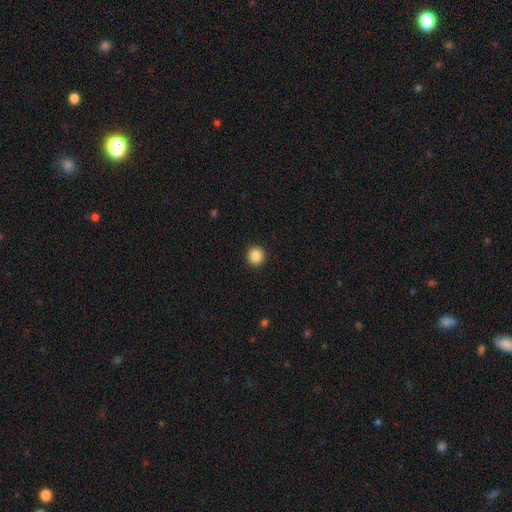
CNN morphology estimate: type=smooth (86%); roundness=round (90%); merging=none (92%).